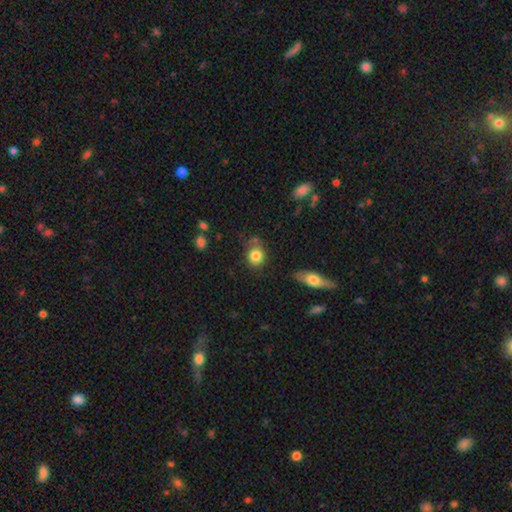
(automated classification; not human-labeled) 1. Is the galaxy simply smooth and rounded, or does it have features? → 83% smooth, 9% star or artifact, 7% featured or disk.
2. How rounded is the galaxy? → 78% round, 21% in between, 1% cigar-shaped.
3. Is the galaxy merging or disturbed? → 70% none, 17% minor disturbance, 8% merger, 5% major disturbance.